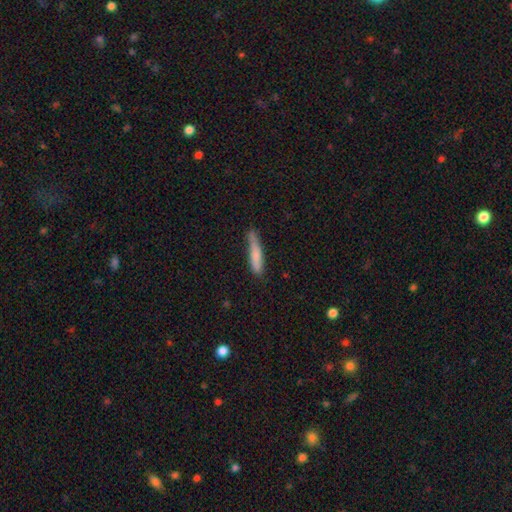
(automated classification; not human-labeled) smooth 76%, featured or disk 17%, star or artifact 6%. Down the decision tree: how rounded — cigar-shaped (88%); merging — none (64%).